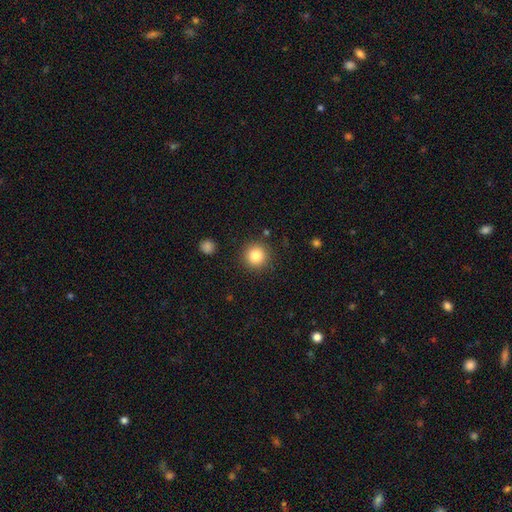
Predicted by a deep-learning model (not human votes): Smooth or featured? smooth (82%)
How rounded? round (95%)
Merging? none (89%)